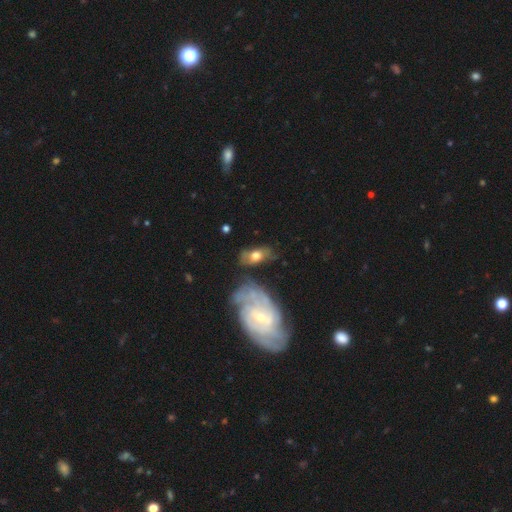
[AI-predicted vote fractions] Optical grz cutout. It shows a smooth galaxy with no disk features (49%). Merging: none (50%).